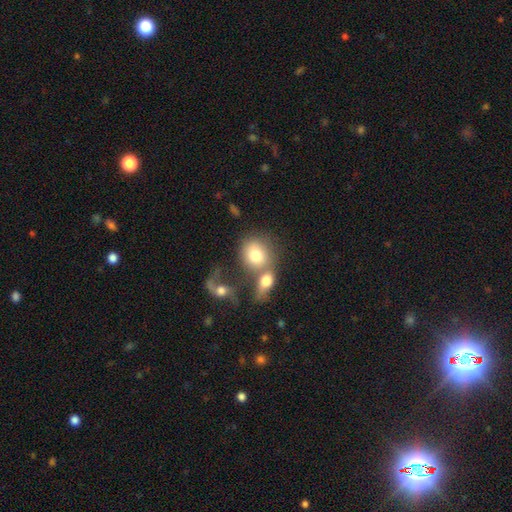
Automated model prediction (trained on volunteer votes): Smooth or featured?
  - smooth: 71% *
  - featured or disk: 20%
  - star or artifact: 9%
How rounded?
  - round: 62% *
  - in between: 37%
  - cigar-shaped: 2%
Merging?
  - merger: 54% *
  - none: 28%
  - minor disturbance: 9%
  - major disturbance: 9%